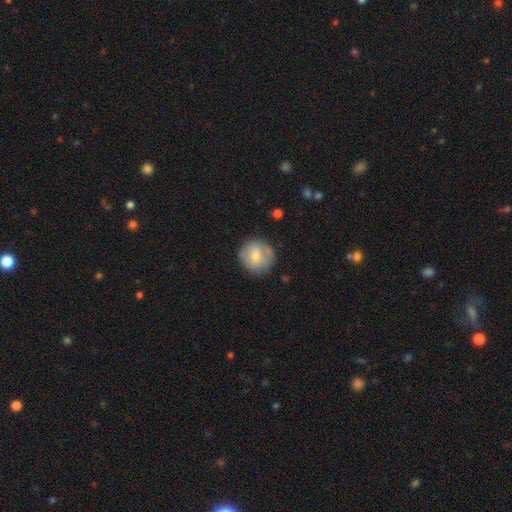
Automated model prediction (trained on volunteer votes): smooth-or-featured: smooth: 67% | featured or disk: 26% | star or artifact: 7%
  how-rounded: round: 90% | in between: 9% | cigar-shaped: 1%
  merging: none: 73% | minor disturbance: 17% | major disturbance: 5% | merger: 4%